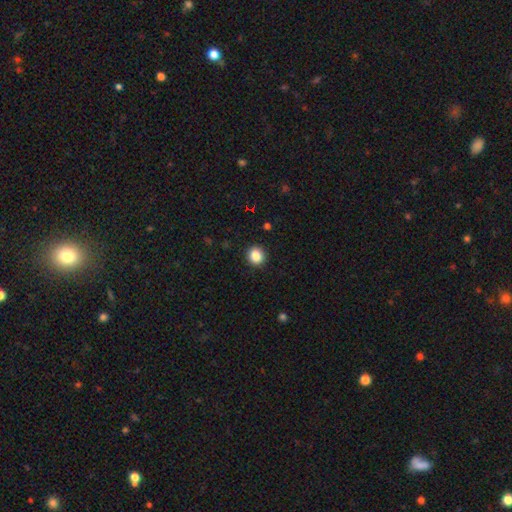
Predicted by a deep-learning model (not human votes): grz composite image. It shows a smooth galaxy with no disk features (86%) that is round (83%). Merging: none (92%).